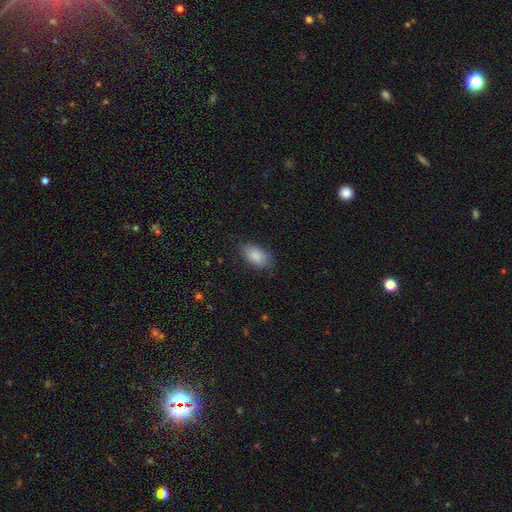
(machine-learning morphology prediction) Smooth or featured: smooth — 86% (featured or disk — 7%)
How rounded: in between — 92% (round — 4%)
Merging: none — 76% (minor disturbance — 19%)